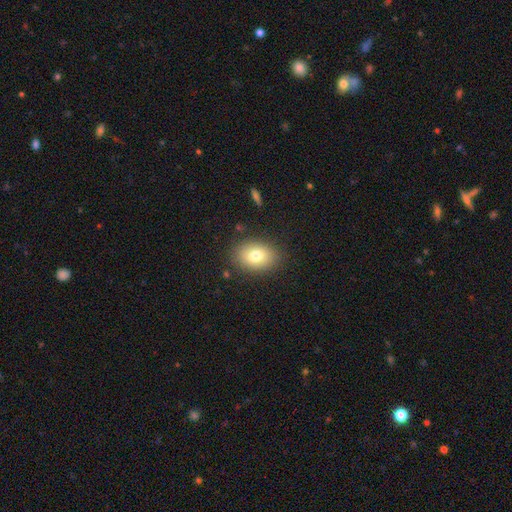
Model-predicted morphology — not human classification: smooth 78%, featured or disk 13%, star or artifact 9%. Down the decision tree: how rounded — in between (75%); merging — none (84%).